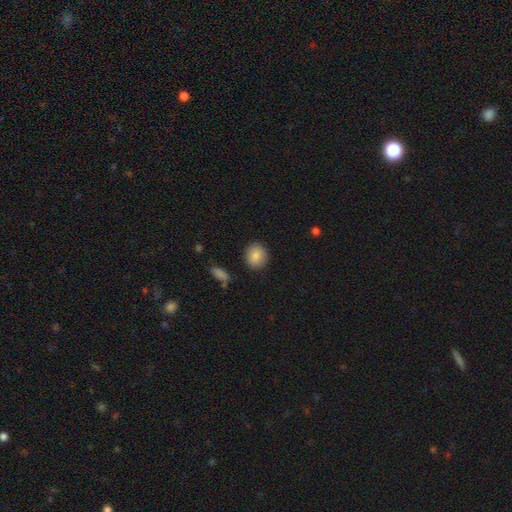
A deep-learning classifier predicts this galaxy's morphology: A smooth galaxy with no disk features (86%) that is round (74%). Merging: none (88%).